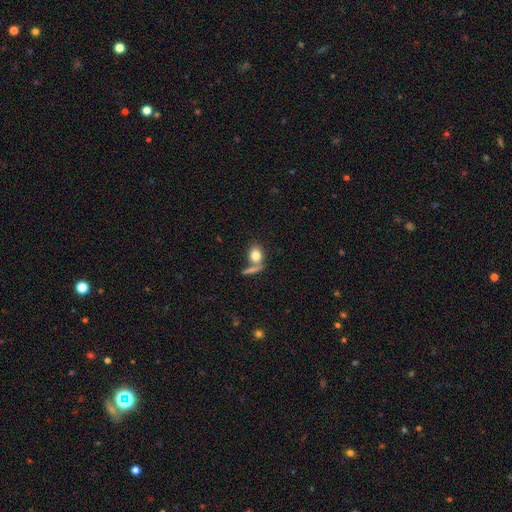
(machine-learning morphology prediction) Smooth or featured: smooth — 80% (featured or disk — 12%)
How rounded: in between — 52% (round — 44%)
Merging: none — 54% (merger — 28%)